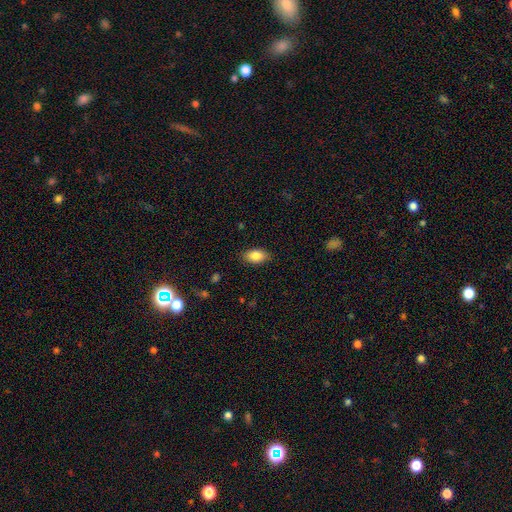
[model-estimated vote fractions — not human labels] smooth_or_featured: smooth (p=0.84) [alt: featured or disk p=0.08]
how_rounded: in between (p=0.91) [alt: round p=0.07]
merging: none (p=0.86) [alt: minor disturbance p=0.11]